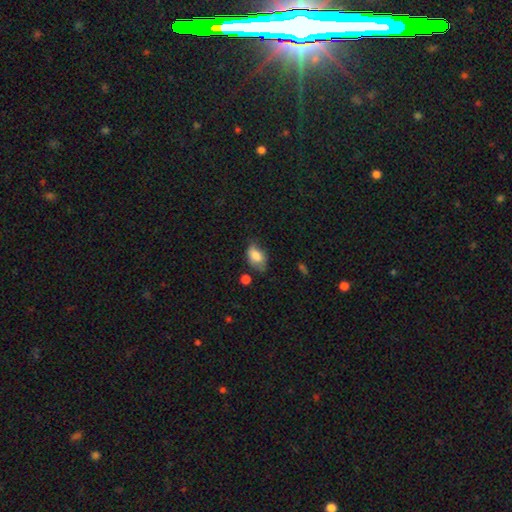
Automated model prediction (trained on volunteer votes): Smooth or featured?
  - smooth: 79% *
  - featured or disk: 14%
  - star or artifact: 8%
How rounded?
  - in between: 87% *
  - round: 12%
  - cigar-shaped: 2%
Merging?
  - none: 48% *
  - minor disturbance: 36%
  - major disturbance: 11%
  - merger: 4%